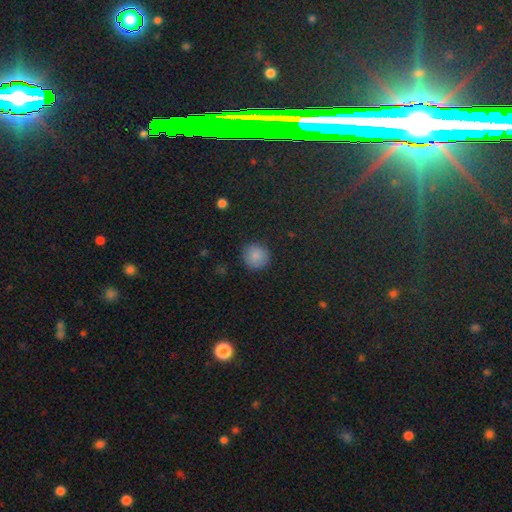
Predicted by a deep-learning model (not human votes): A smooth galaxy with no disk features (86%) that is round (94%). Merging: none (90%).